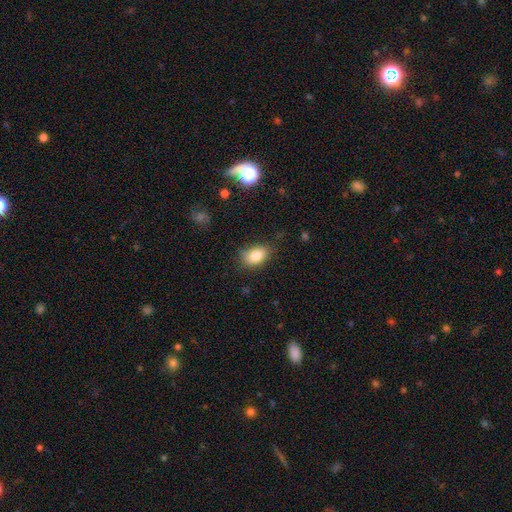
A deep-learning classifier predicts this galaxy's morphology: Smooth or featured: smooth — 83% (star or artifact — 9%)
How rounded: in between — 83% (round — 16%)
Merging: none — 74% (minor disturbance — 20%)